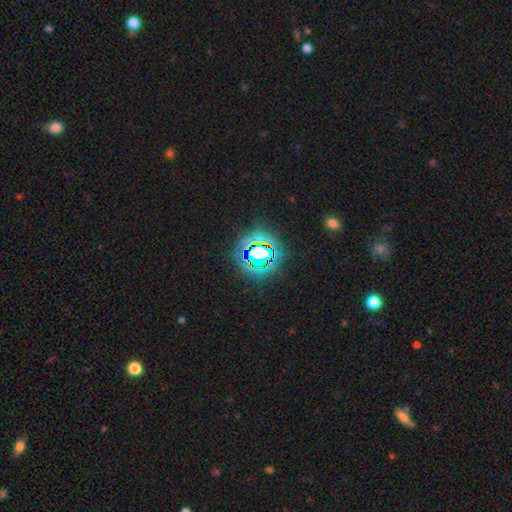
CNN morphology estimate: The model was most divided on "smooth or featured": star or artifact: 70%, smooth: 18%, featured or disk: 11%.